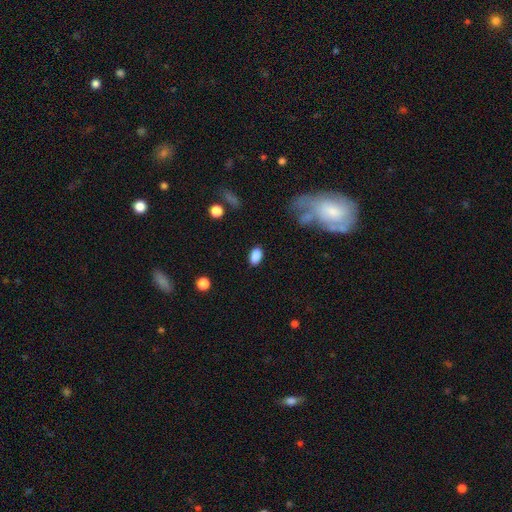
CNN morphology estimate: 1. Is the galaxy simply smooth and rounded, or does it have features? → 88% smooth, 8% star or artifact, 4% featured or disk.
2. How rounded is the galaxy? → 92% in between, 6% round, 2% cigar-shaped.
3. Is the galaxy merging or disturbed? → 84% none, 11% minor disturbance, 3% major disturbance, 2% merger.